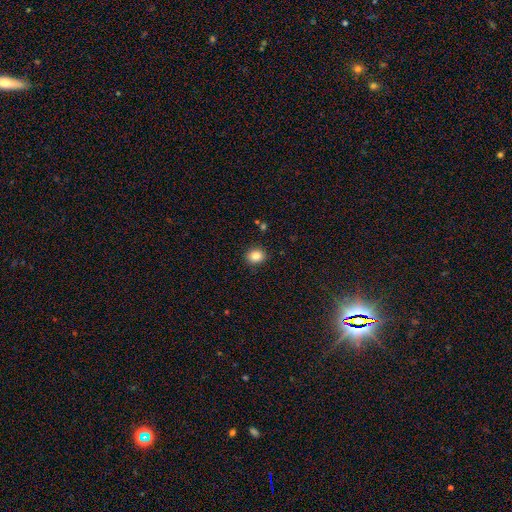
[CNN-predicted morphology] Smooth or featured? Predicted: smooth (p=0.84). How rounded? Predicted: round (p=0.72). Merging? Predicted: none (p=0.90).